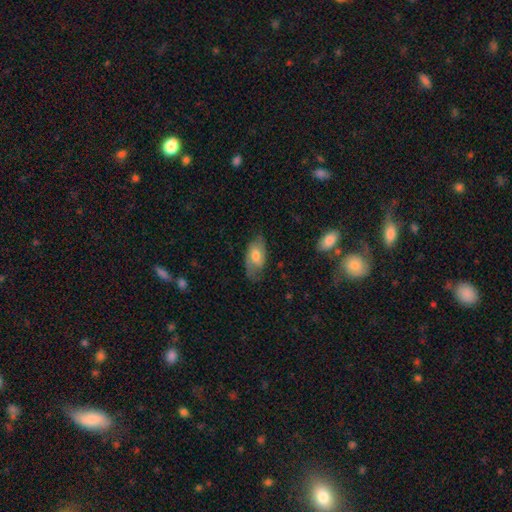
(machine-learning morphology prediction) This is possibly a smooth galaxy (54%). How rounded: clearly in between (91%). Merging: likely none (66%).